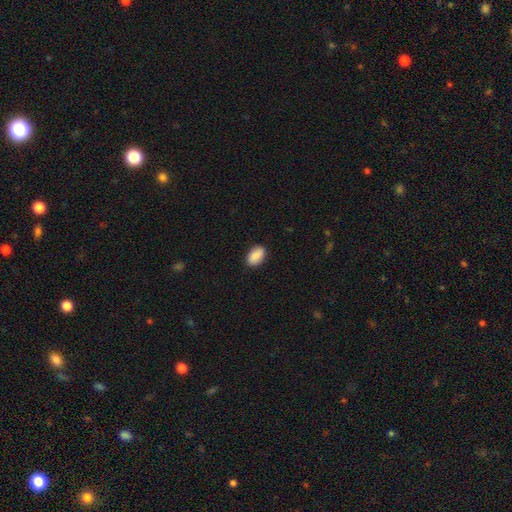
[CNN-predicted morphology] The model was most divided on "merging": none: 88%, minor disturbance: 9%, major disturbance: 2%, merger: 1%. More confident: how rounded — in between (91%); smooth or featured — smooth (89%).